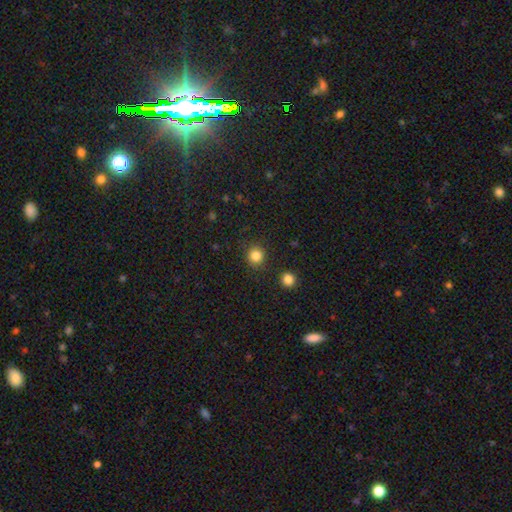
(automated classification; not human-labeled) This is clearly a smooth galaxy (84%). How rounded: clearly round (91%). Merging: clearly none (88%).